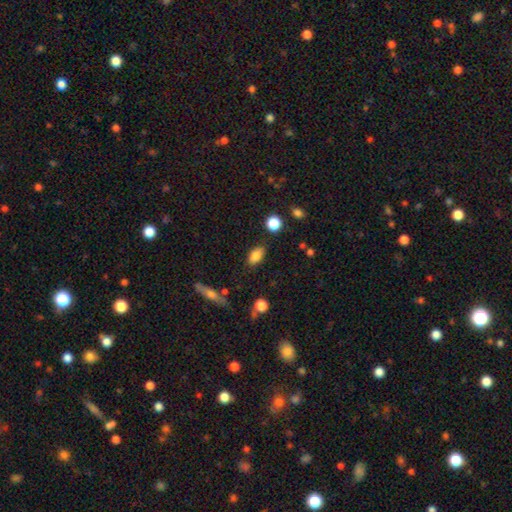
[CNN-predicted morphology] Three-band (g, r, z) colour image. It shows a smooth galaxy with no disk features (84%) that is in between round and cigar-shaped (88%). Merging: none (83%).